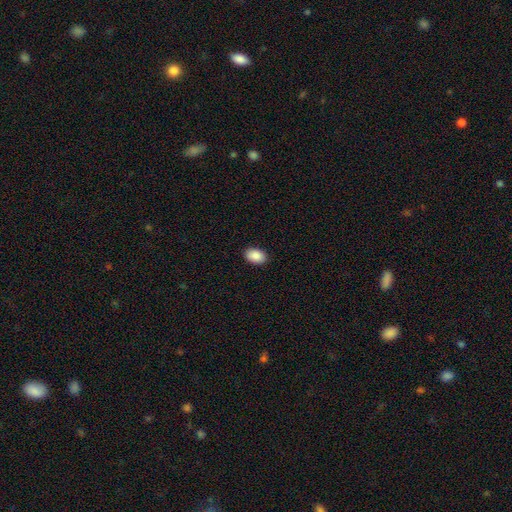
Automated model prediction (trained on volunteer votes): Morphology: type=smooth (90%); roundness=in between (85%); merging=none (90%).